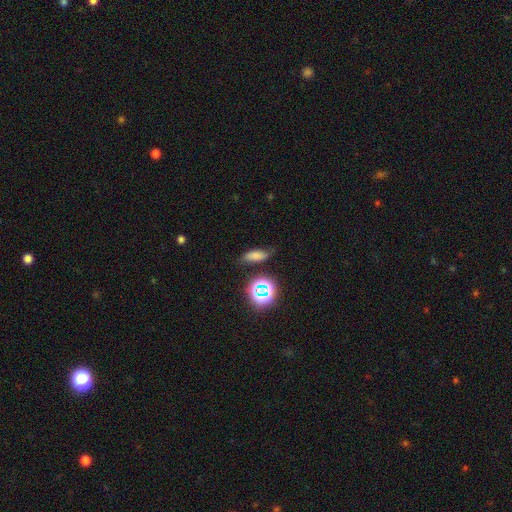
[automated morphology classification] Overall: smooth (67%). How rounded: in between (65%; cigar-shaped 26%). Merging: none (69%).